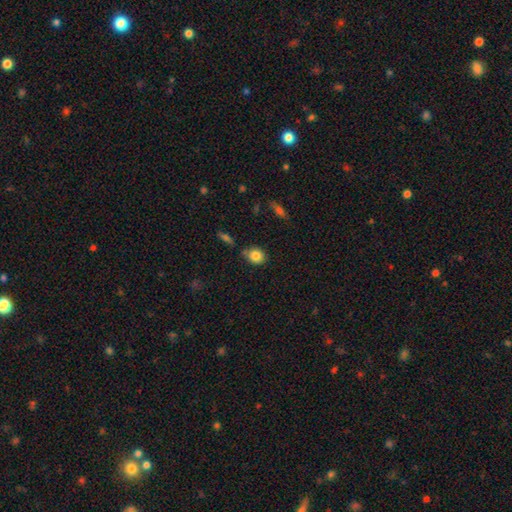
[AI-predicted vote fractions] smooth-or-featured: smooth: 83% | star or artifact: 9% | featured or disk: 8%
  how-rounded: round: 61% | in between: 38% | cigar-shaped: 1%
  merging: none: 69% | minor disturbance: 20% | merger: 7% | major disturbance: 4%